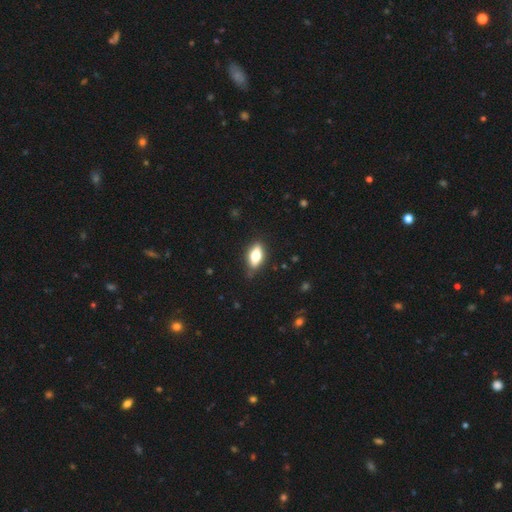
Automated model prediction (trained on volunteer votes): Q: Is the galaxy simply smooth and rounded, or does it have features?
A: smooth — 63%.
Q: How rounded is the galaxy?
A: in between — 81%.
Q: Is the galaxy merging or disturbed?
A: none — 80%.